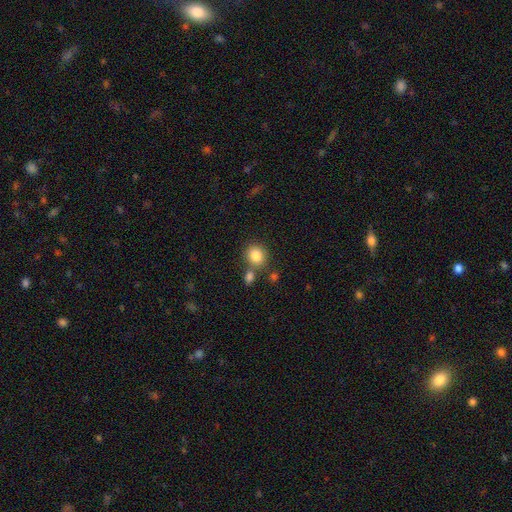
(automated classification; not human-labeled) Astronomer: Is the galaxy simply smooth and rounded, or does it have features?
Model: smooth — 85%.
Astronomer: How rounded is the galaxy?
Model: round — 78%.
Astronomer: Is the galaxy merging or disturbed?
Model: none — 67%.